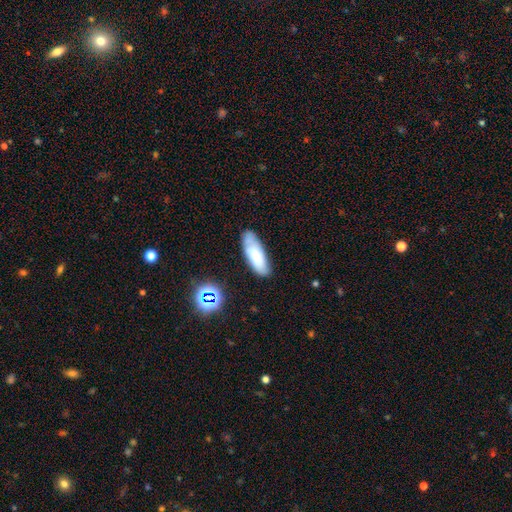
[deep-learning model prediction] This appears to be a smooth galaxy with no disk features (68%) that is in between round and cigar-shaped (67%). Merging: none (69%).